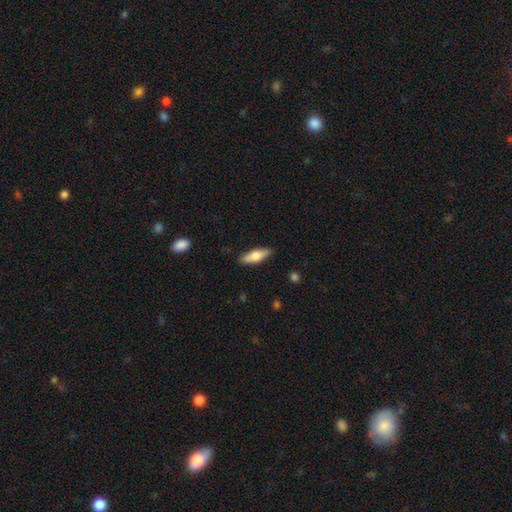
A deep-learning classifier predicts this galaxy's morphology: This appears to be a smooth galaxy with no disk features (67%) that is in between round and cigar-shaped (56%). Merging: none (86%).